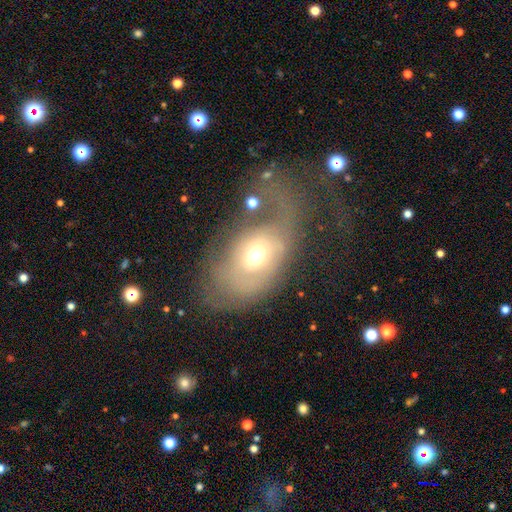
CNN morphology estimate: Smooth or featured? featured or disk (49%)
Merging? major disturbance (57%)